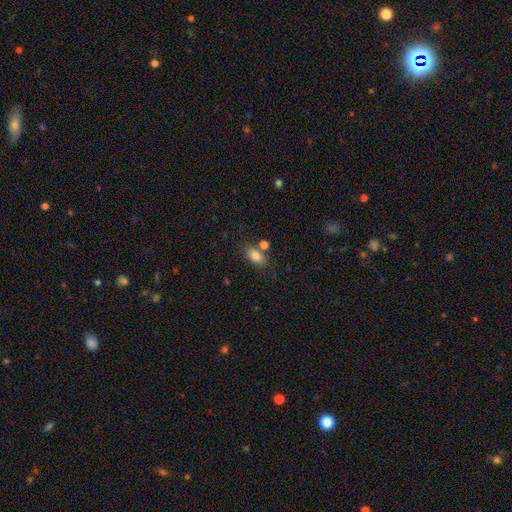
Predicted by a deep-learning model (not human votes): A smooth galaxy with no disk features (83%) that is in between round and cigar-shaped (86%). Merging: none (66%).